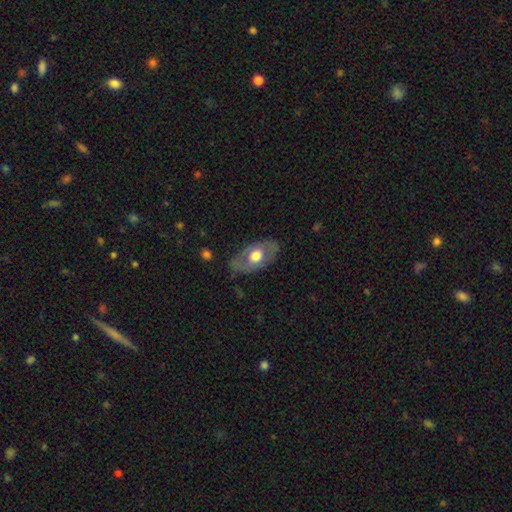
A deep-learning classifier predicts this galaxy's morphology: featured or disk 48%, smooth 47%, star or artifact 5%. Down the decision tree: merging — none (75%).